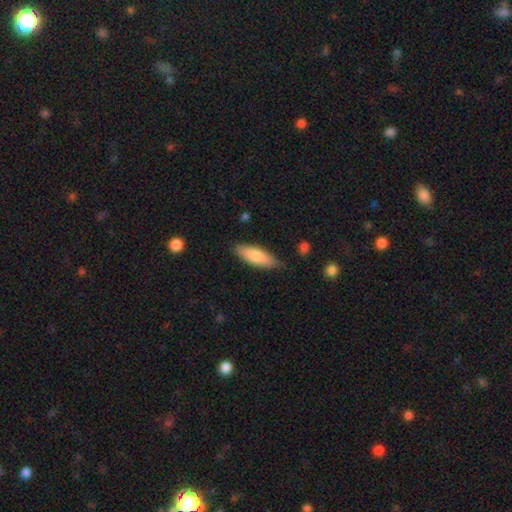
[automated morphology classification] Q: Smooth or featured?
A: smooth (77%); runner-up: featured or disk (17%)
Q: How rounded?
A: in between (53%); runner-up: cigar-shaped (45%)
Q: Merging?
A: none (81%); runner-up: minor disturbance (15%)